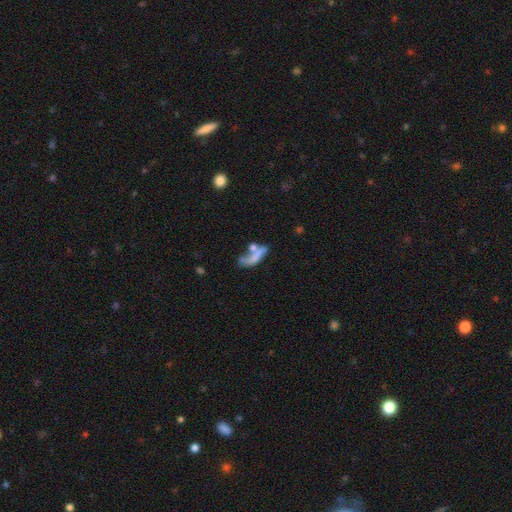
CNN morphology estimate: A smooth galaxy with no disk features (55%) that is in between round and cigar-shaped (48%). Merging: merger (35%).